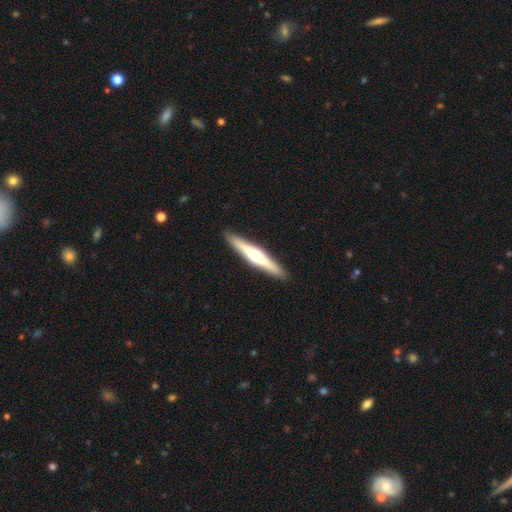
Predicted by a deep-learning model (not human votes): This appears to be a featured or disk galaxy (58%) viewed edge-on (96%) with a rounded central bulge (88%). Merging: none (91%).